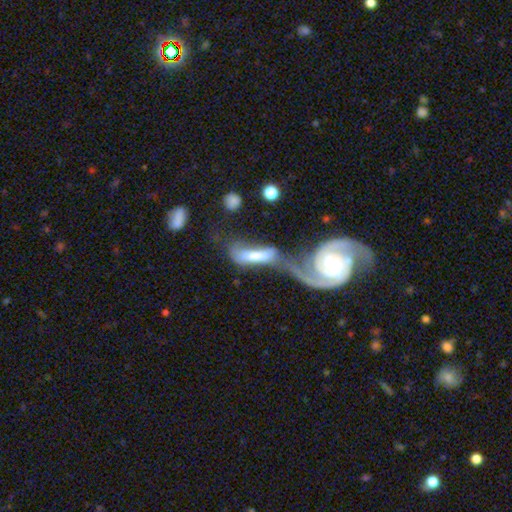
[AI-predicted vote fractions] smooth-or-featured: smooth: 52% | featured or disk: 40% | star or artifact: 8%
  how-rounded: cigar-shaped: 56% | in between: 41% | round: 3%
  merging: merger: 64% | major disturbance: 17% | none: 11% | minor disturbance: 8%